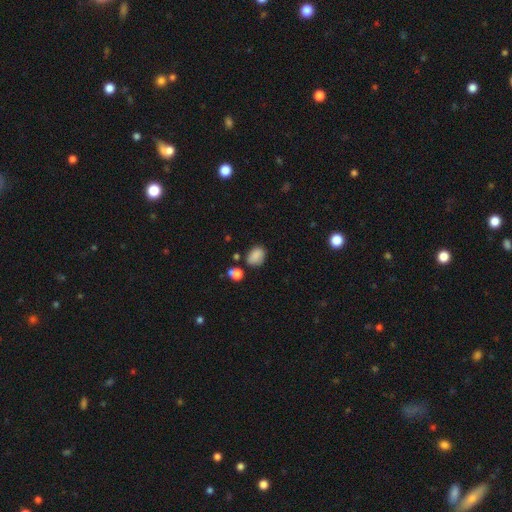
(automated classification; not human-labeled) Smooth or featured: smooth — 81% (star or artifact — 11%)
How rounded: in between — 68% (round — 31%)
Merging: none — 66% (minor disturbance — 21%)